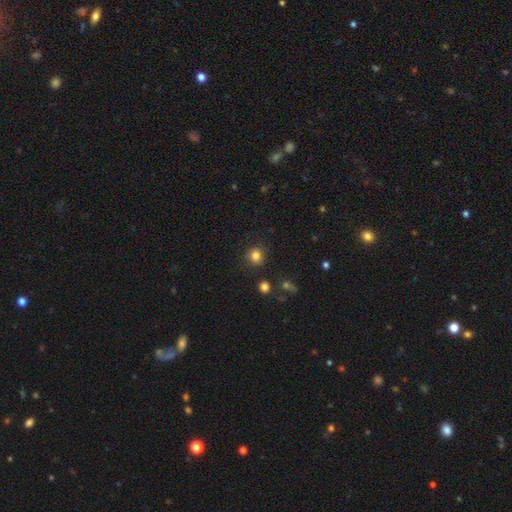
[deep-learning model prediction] The model was most divided on "smooth or featured": smooth: 81%, star or artifact: 12%, featured or disk: 6%. More confident: merging — none (86%); how rounded — round (85%).